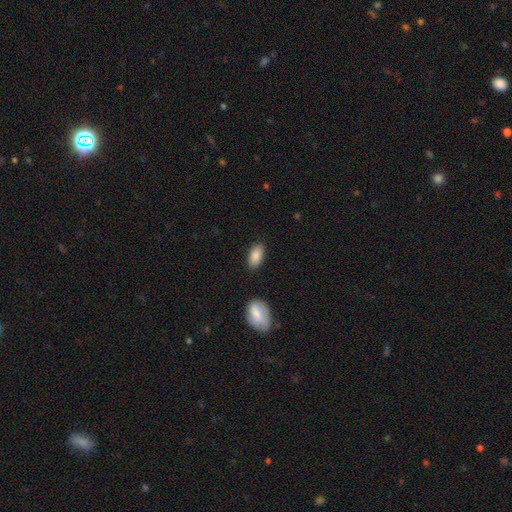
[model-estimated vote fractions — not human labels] smooth_or_featured: smooth (p=0.87) [alt: star or artifact p=0.06]
how_rounded: in between (p=0.92) [alt: cigar-shaped p=0.05]
merging: none (p=0.84) [alt: minor disturbance p=0.11]